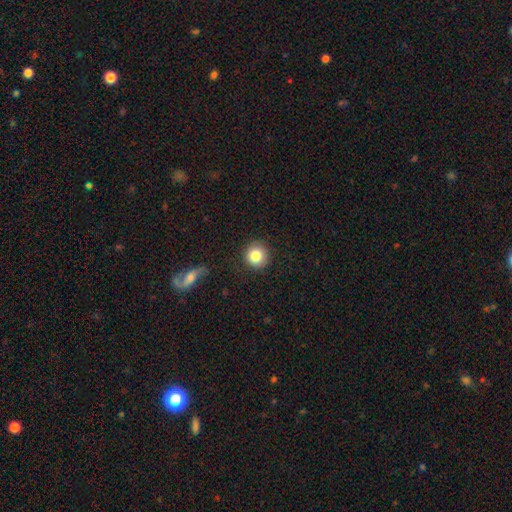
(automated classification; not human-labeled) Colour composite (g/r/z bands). It shows a smooth galaxy with no disk features (83%) that is round (93%). Merging: none (88%).